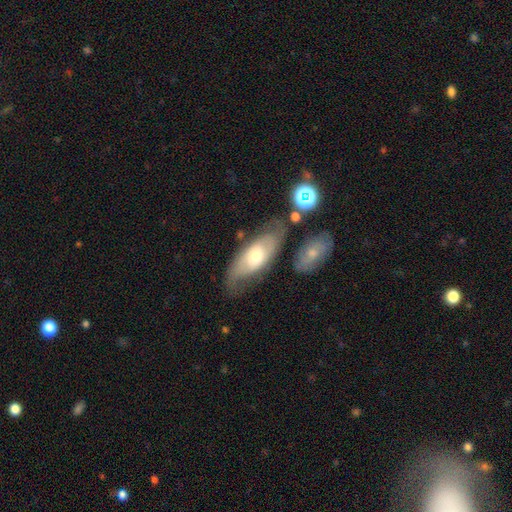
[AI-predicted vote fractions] Smooth or featured? featured or disk (50%)
Merging? none (65%)